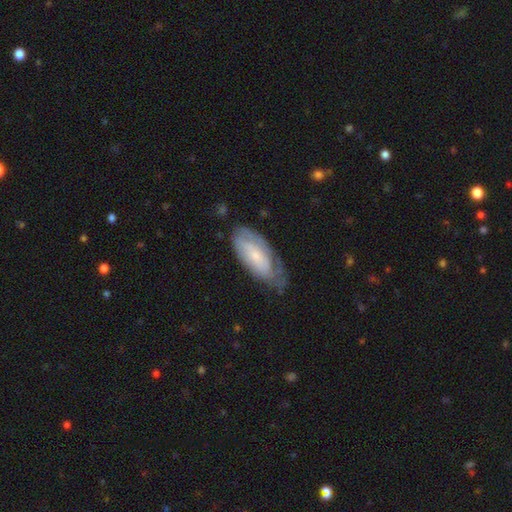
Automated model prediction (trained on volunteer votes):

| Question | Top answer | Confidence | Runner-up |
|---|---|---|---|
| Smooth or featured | featured or disk | 54% | smooth (40%) |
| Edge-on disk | no | 89% | yes (11%) |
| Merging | none | 53% | minor disturbance (31%) |